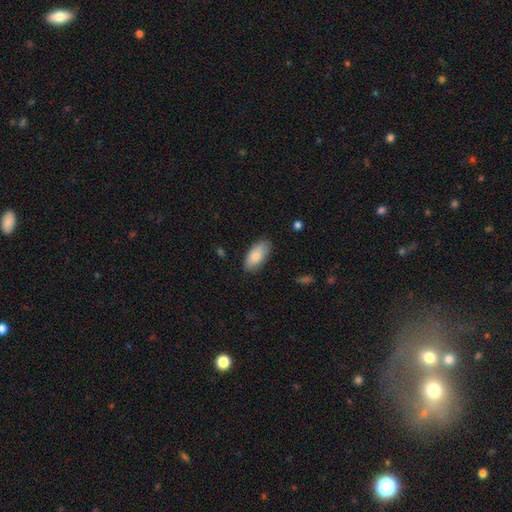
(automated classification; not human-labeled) smooth 82%, featured or disk 12%, star or artifact 6%. Down the decision tree: how rounded — in between (91%); merging — none (81%).